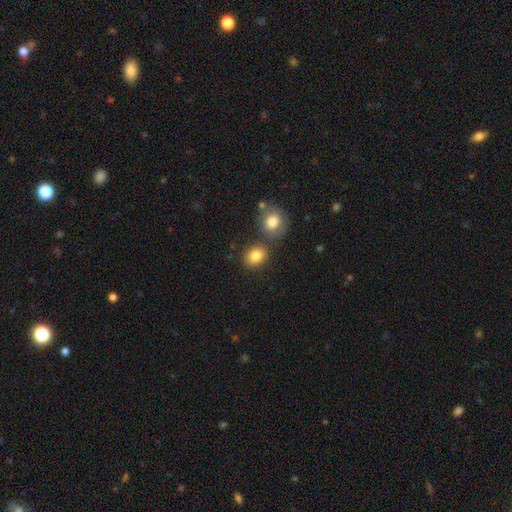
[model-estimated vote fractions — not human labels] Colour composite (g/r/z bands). It shows a smooth galaxy with no disk features (83%) that is round (55%). Merging: none (67%).